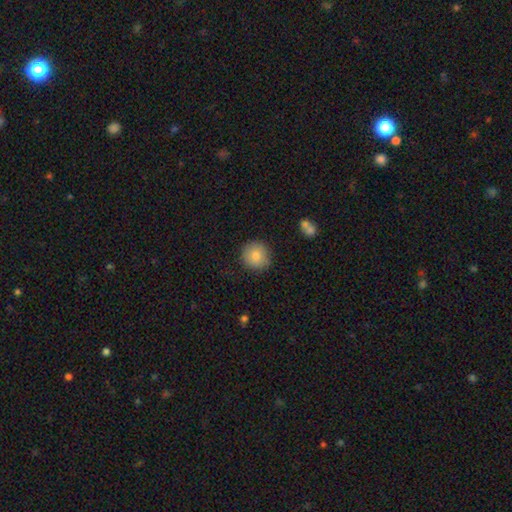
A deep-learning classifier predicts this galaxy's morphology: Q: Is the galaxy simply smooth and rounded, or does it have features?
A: smooth — 83%.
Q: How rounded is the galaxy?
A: round — 92%.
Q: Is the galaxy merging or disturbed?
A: none — 87%.